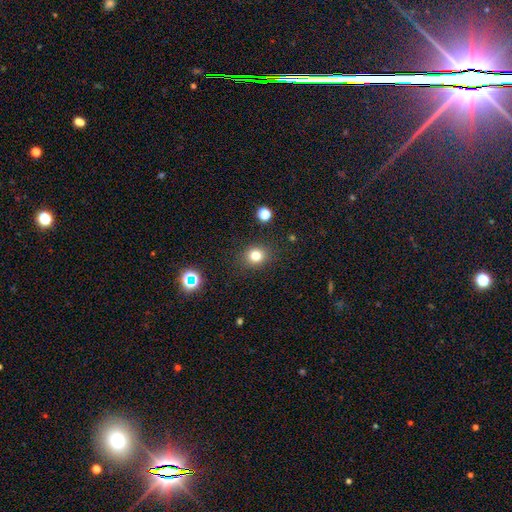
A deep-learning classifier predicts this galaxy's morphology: smooth_or_featured: smooth (p=0.79) [alt: star or artifact p=0.15]
how_rounded: round (p=0.76) [alt: in between p=0.23]
merging: none (p=0.87) [alt: minor disturbance p=0.08]